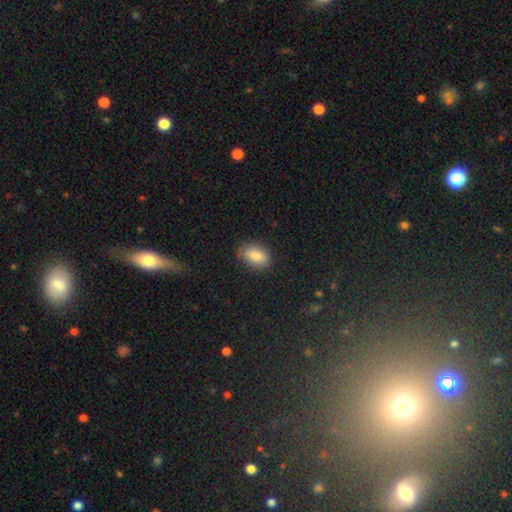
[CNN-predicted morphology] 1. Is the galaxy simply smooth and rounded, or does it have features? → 86% smooth, 8% star or artifact, 6% featured or disk.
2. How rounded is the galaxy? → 88% in between, 9% round, 2% cigar-shaped.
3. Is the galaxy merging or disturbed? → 77% none, 18% minor disturbance, 4% major disturbance, 1% merger.